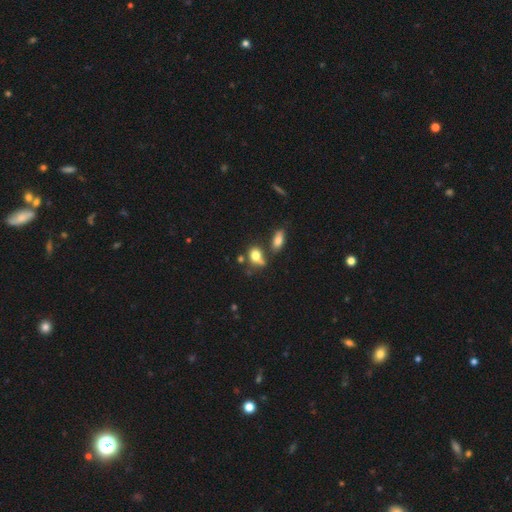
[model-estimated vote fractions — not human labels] A smooth galaxy with no disk features (76%) that is in between round and cigar-shaped (58%). Merging: none (40%).